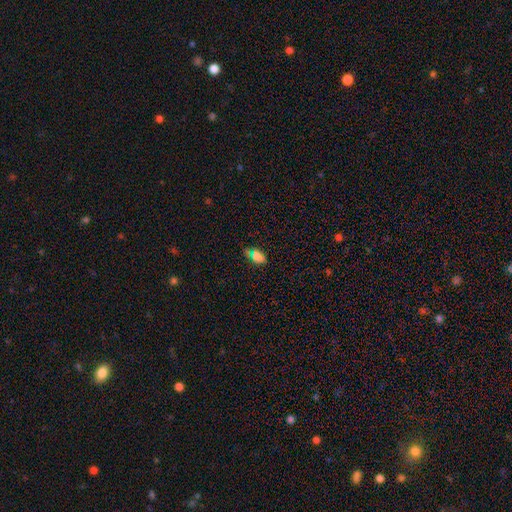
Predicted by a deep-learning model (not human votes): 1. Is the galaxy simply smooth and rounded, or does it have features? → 70% smooth, 23% star or artifact, 7% featured or disk.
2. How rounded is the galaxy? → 89% in between, 6% round, 5% cigar-shaped.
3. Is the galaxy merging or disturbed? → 71% none, 18% minor disturbance, 6% merger, 5% major disturbance.